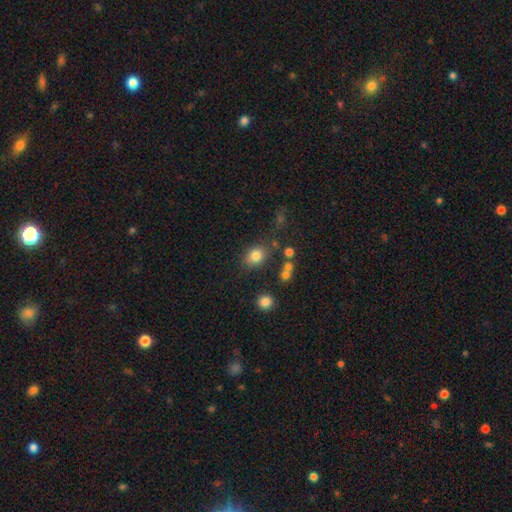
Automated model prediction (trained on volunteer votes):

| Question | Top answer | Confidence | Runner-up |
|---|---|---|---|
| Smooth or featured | smooth | 80% | star or artifact (12%) |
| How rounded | round | 55% | in between (44%) |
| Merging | none | 74% | minor disturbance (14%) |